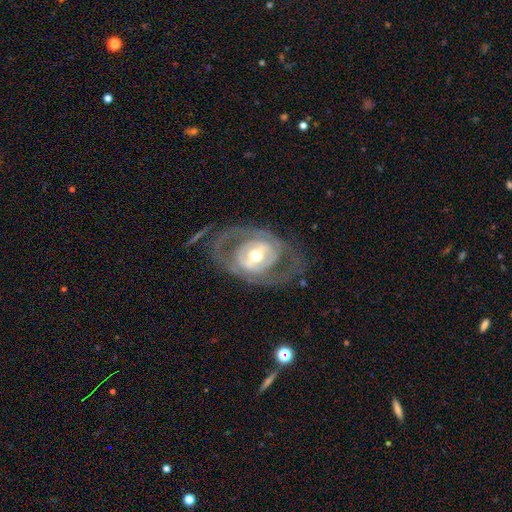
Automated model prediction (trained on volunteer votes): Smooth or featured? featured or disk (76%)
Edge-on disk? no (94%)
Bar? no (36%)
Spiral arms? no (54%)
Bulge size? moderate (69%)
Merging? none (69%)